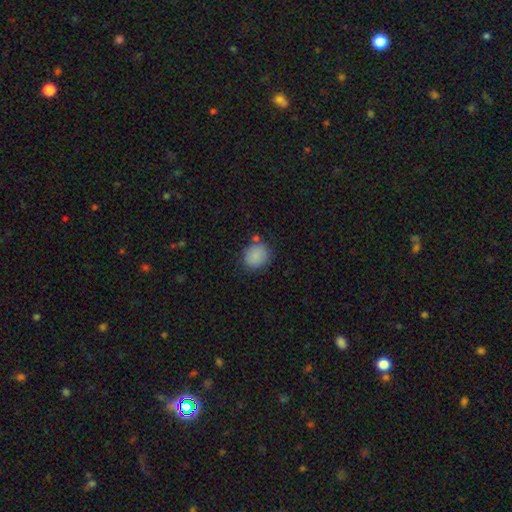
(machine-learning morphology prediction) This is clearly a smooth galaxy (87%). How rounded: likely round (76%). Merging: likely none (76%).